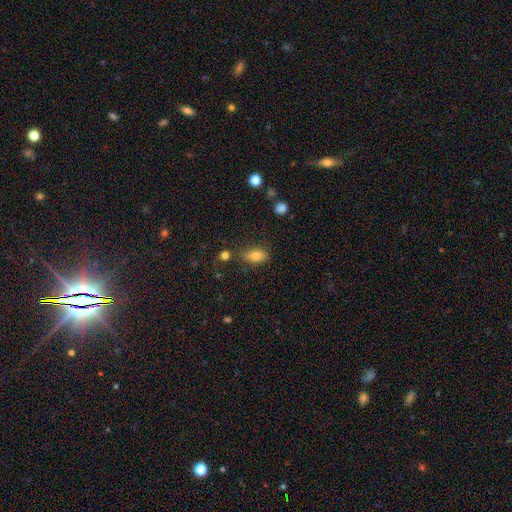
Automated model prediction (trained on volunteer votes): smooth_or_featured: smooth (p=0.80) [alt: star or artifact p=0.10]
how_rounded: in between (p=0.85) [alt: round p=0.10]
merging: none (p=0.73) [alt: minor disturbance p=0.16]